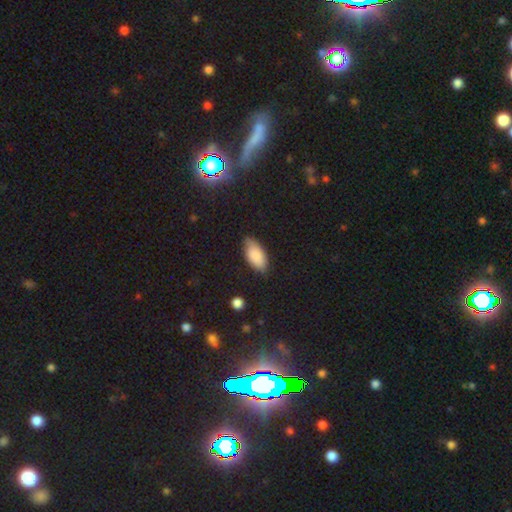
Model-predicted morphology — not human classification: smooth 86%, featured or disk 7%, star or artifact 7%. Down the decision tree: how rounded — in between (92%); merging — none (76%).